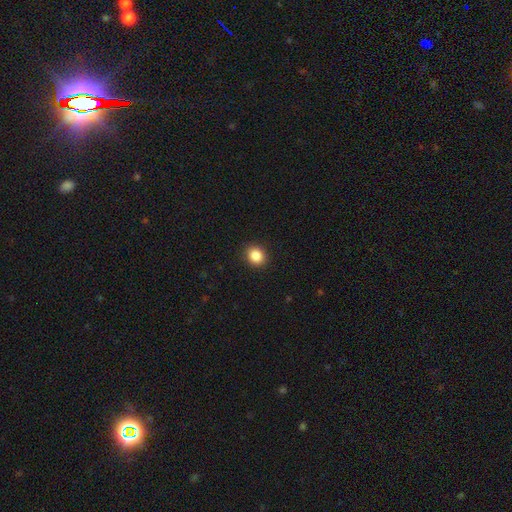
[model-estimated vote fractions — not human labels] A smooth galaxy with no disk features (86%) that is round (75%).

Vote fractions:
- Smooth or featured? smooth: 86% / star or artifact: 10% / featured or disk: 4%
- How rounded? round: 75% / in between: 24% / cigar-shaped: 1%
- Merging? none: 91% / minor disturbance: 6% / major disturbance: 2% / merger: 1%